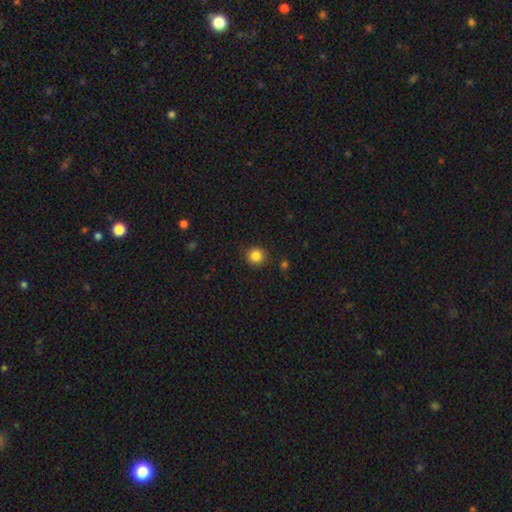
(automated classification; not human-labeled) smooth_or_featured: smooth (p=0.85) [alt: star or artifact p=0.11]
how_rounded: round (p=0.91) [alt: in between p=0.08]
merging: none (p=0.87) [alt: minor disturbance p=0.09]